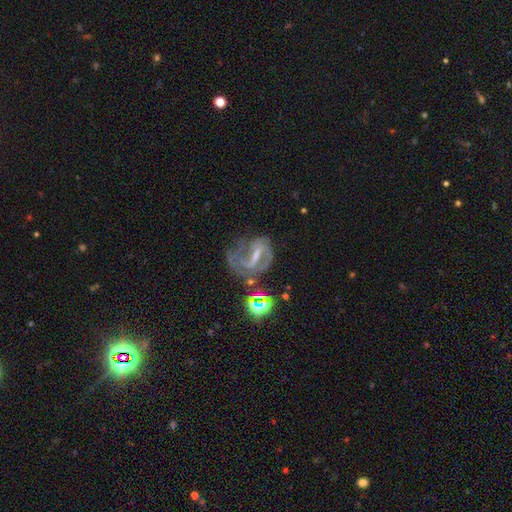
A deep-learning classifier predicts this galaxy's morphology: type=featured or disk (74%); edge-on=no (96%); bar=strong (44%); spiral arms=yes (85%); winding=medium (47%); arm count=2 (60%); bulge=small (49%); merging=none (45%).